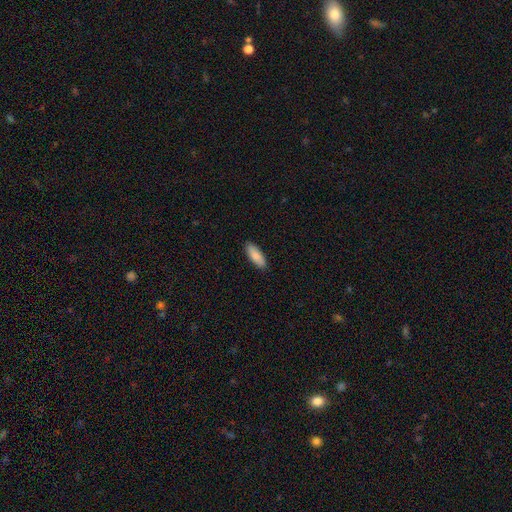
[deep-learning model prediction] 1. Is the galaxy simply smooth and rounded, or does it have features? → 86% smooth, 9% featured or disk, 6% star or artifact.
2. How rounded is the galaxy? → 71% in between, 28% cigar-shaped, 2% round.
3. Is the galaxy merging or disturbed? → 89% none, 8% minor disturbance, 2% major disturbance, 1% merger.